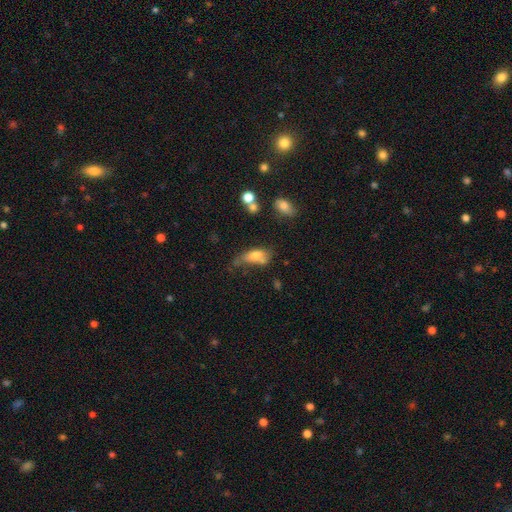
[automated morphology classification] A smooth galaxy with no disk features (69%) that is in between round and cigar-shaped (80%).

Vote fractions:
- Smooth or featured? smooth: 69% / featured or disk: 21% / star or artifact: 10%
- How rounded? in between: 80% / cigar-shaped: 14% / round: 6%
- Merging? none: 29% / minor disturbance: 27% / merger: 23% / major disturbance: 21%